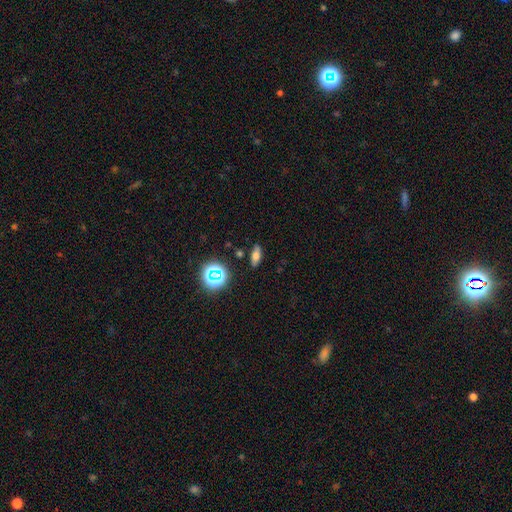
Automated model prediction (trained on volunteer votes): Morphology: type=smooth (67%); roundness=in between (69%); merging=none (86%).